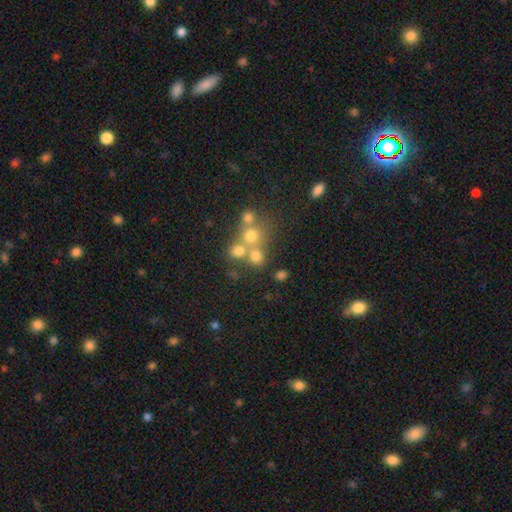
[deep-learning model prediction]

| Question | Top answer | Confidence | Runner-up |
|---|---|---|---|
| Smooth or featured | smooth | 66% | star or artifact (17%) |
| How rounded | round | 82% | in between (17%) |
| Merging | none | 50% | merger (37%) |